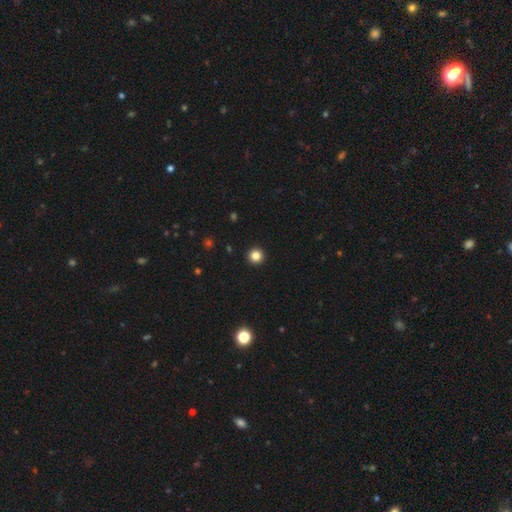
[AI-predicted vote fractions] A smooth galaxy with no disk features (84%) that is round (96%). Merging: none (94%).